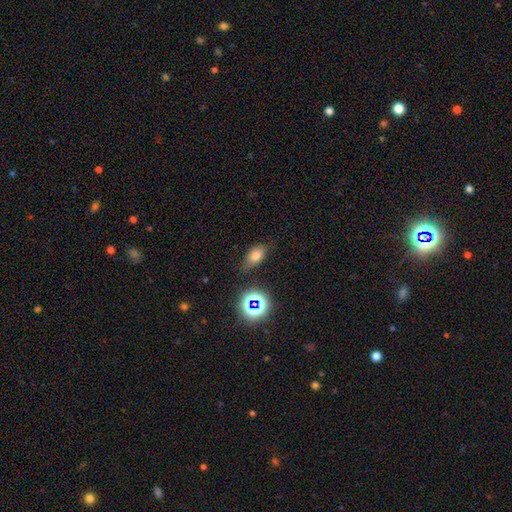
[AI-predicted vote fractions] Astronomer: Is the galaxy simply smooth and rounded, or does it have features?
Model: smooth — 70%.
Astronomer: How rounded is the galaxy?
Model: in between — 83%.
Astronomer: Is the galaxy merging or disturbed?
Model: none — 73%.